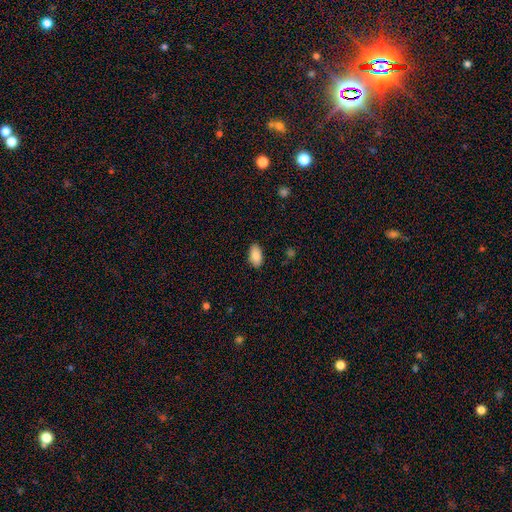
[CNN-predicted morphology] A smooth galaxy with no disk features (87%) that is in between round and cigar-shaped (93%).

Vote fractions:
- Smooth or featured? smooth: 87% / star or artifact: 7% / featured or disk: 6%
- How rounded? in between: 93% / cigar-shaped: 4% / round: 3%
- Merging? none: 86% / minor disturbance: 10% / major disturbance: 2% / merger: 1%